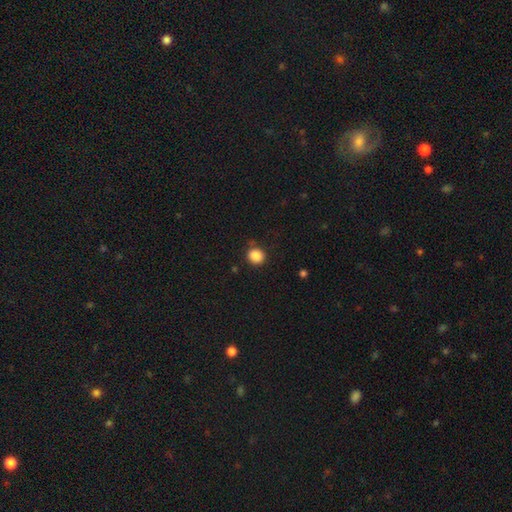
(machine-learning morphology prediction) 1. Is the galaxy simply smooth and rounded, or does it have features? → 87% smooth, 10% star or artifact, 3% featured or disk.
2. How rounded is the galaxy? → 86% round, 13% in between, 1% cigar-shaped.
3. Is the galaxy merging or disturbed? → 84% none, 10% minor disturbance, 3% major disturbance, 2% merger.